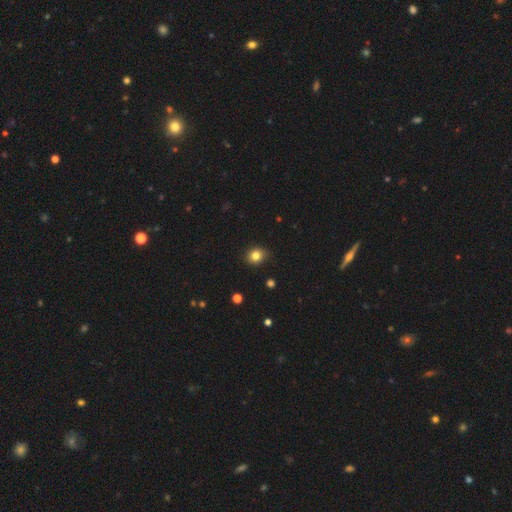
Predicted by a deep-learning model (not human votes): This is clearly a smooth galaxy (82%). How rounded: likely round (69%). Merging: clearly none (86%).